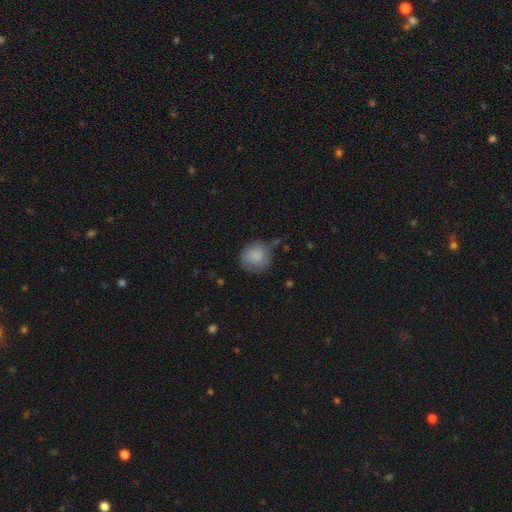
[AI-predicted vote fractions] A smooth galaxy with no disk features (80%) that is round (85%).

Vote fractions:
- Smooth or featured? smooth: 80% / featured or disk: 13% / star or artifact: 8%
- How rounded? round: 85% / in between: 14% / cigar-shaped: 1%
- Merging? none: 61% / minor disturbance: 26% / major disturbance: 9% / merger: 3%